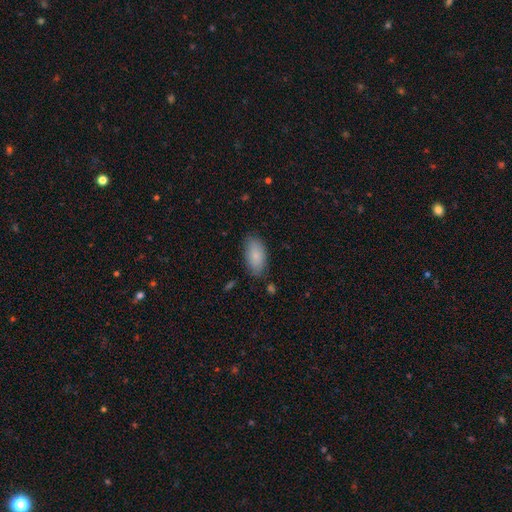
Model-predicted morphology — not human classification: type=smooth (85%); roundness=in between (93%); merging=none (79%).